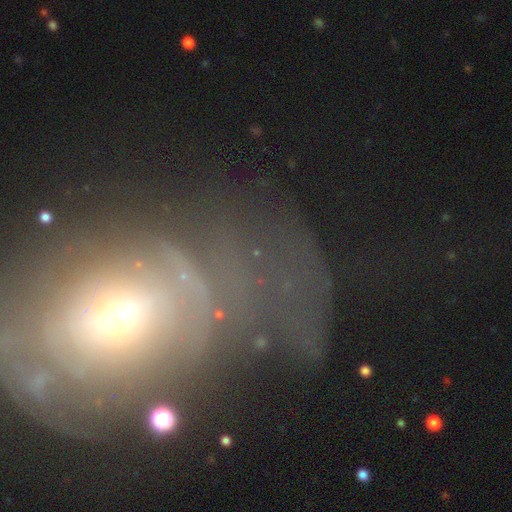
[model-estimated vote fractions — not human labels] smooth-or-featured: featured or disk: 48% | smooth: 28% | star or artifact: 23%
  merging: none: 40% | major disturbance: 36% | minor disturbance: 17% | merger: 7%